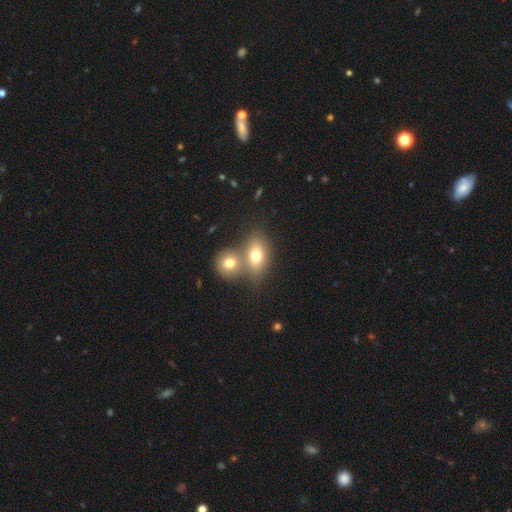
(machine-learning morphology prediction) smooth-or-featured: smooth: 72% | featured or disk: 18% | star or artifact: 10%
  how-rounded: in between: 69% | round: 28% | cigar-shaped: 3%
  merging: merger: 53% | none: 35% | minor disturbance: 8% | major disturbance: 4%